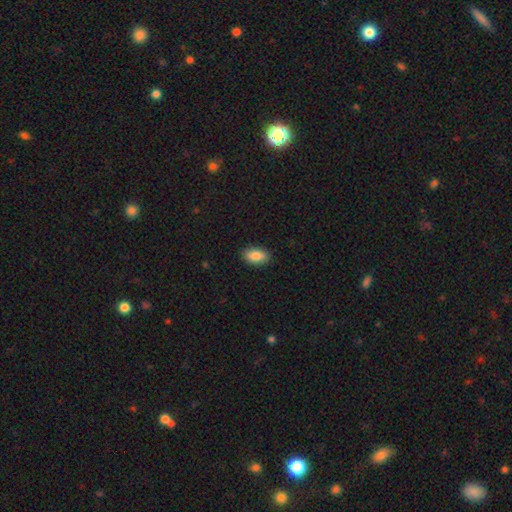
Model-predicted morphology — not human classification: smooth 87%, star or artifact 7%, featured or disk 7%. Down the decision tree: how rounded — in between (92%); merging — none (89%).